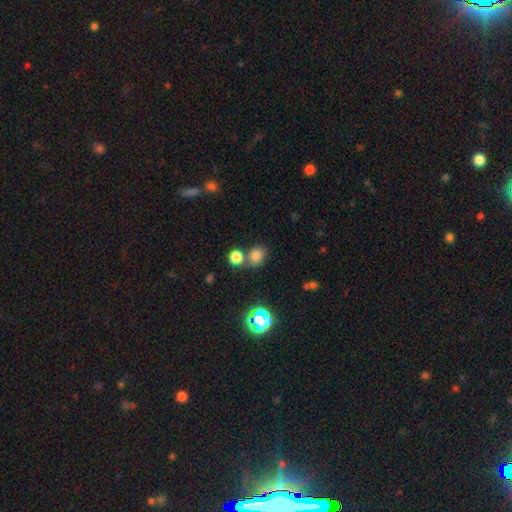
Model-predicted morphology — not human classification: smooth-or-featured: smooth: 75% | star or artifact: 18% | featured or disk: 7%
  how-rounded: round: 64% | in between: 35% | cigar-shaped: 1%
  merging: none: 64% | merger: 22% | minor disturbance: 10% | major disturbance: 4%